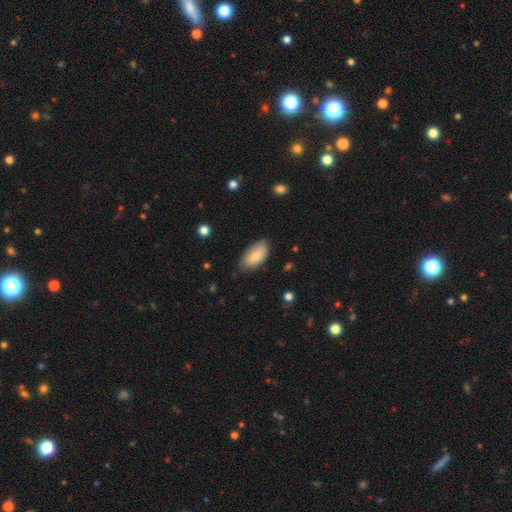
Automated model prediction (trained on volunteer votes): Smooth or featured?
  - smooth: 79% *
  - featured or disk: 15%
  - star or artifact: 6%
How rounded?
  - in between: 94% *
  - cigar-shaped: 4%
  - round: 2%
Merging?
  - none: 76% *
  - minor disturbance: 19%
  - major disturbance: 3%
  - merger: 1%